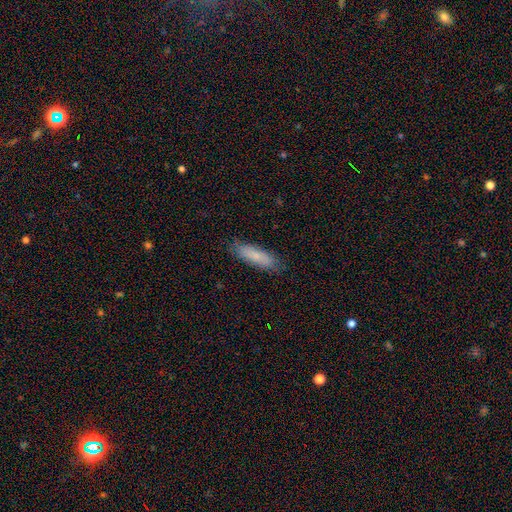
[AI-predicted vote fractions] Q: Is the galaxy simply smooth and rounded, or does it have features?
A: smooth — 79%.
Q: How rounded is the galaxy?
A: cigar-shaped — 58%.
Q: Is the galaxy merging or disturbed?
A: none — 84%.